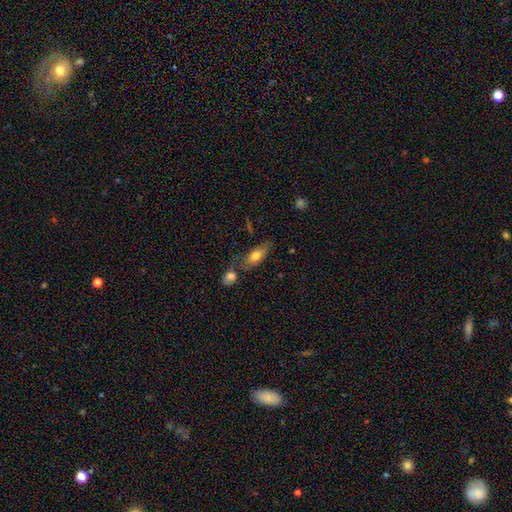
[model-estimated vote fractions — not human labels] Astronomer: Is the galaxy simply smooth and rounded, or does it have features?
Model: smooth — 72%.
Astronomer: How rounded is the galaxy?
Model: in between — 81%.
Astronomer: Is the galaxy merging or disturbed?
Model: none — 56%.